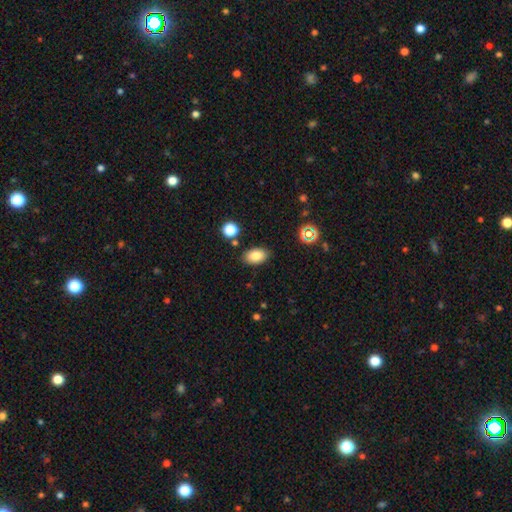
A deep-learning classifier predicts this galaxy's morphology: This appears to be a smooth galaxy with no disk features (83%) that is in between round and cigar-shaped (90%). Merging: none (85%).